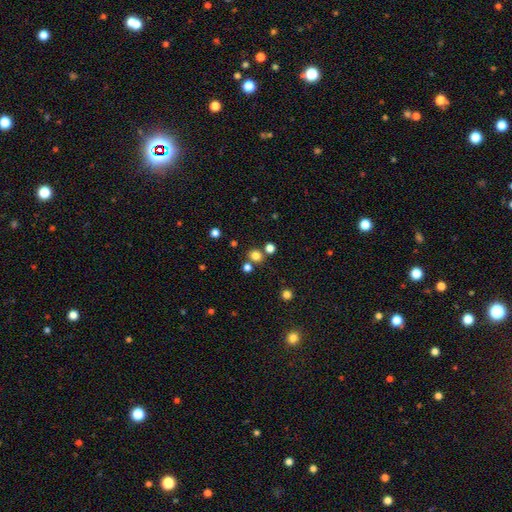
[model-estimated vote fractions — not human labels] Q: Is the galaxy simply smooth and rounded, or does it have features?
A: smooth — 76%.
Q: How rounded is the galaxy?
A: round — 83%.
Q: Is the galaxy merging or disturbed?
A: none — 74%.